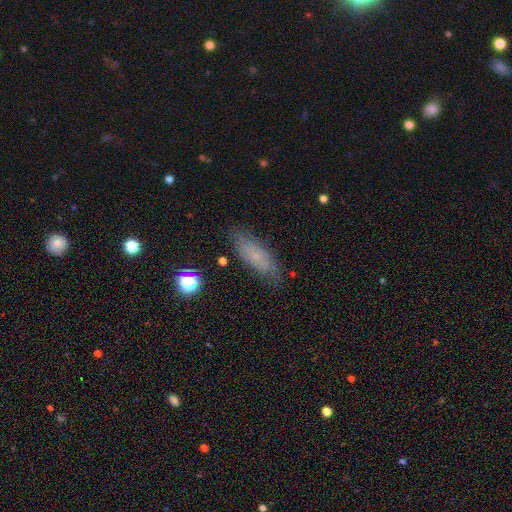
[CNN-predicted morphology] Smooth or featured? Predicted: smooth (p=0.54). How rounded? Predicted: in between (p=0.64). Merging? Predicted: none (p=0.75).